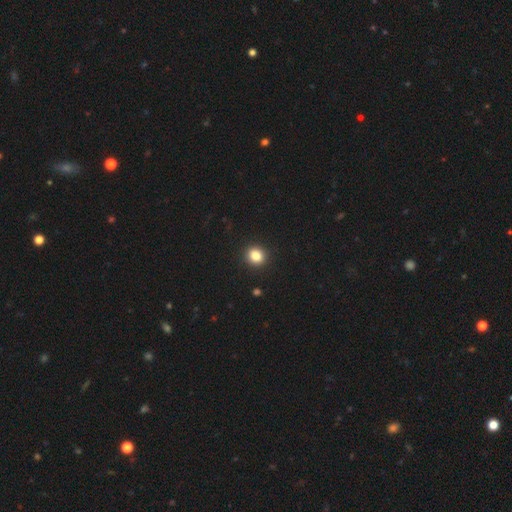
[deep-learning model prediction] Smooth or featured? Predicted: smooth (p=0.84). How rounded? Predicted: round (p=0.78). Merging? Predicted: none (p=0.92).